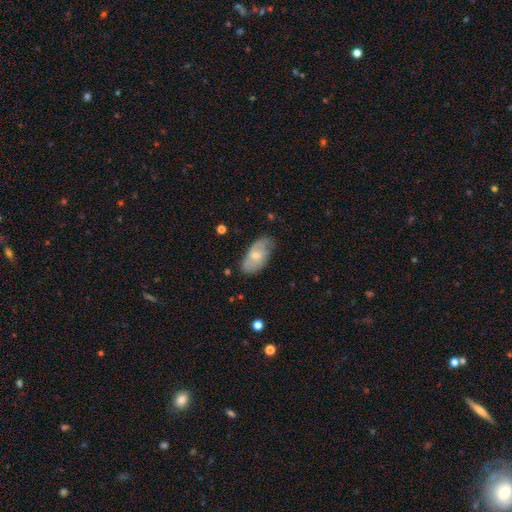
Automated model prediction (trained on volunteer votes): This is possibly a smooth galaxy (55%). How rounded: clearly in between (93%). Merging: possibly none (59%).